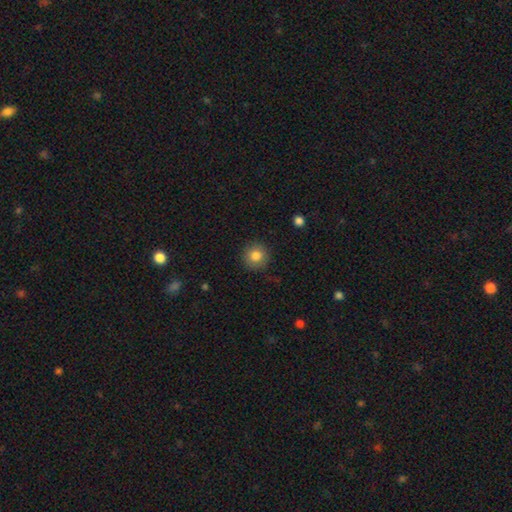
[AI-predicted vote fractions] Smooth or featured?
  - smooth: 83% *
  - star or artifact: 10%
  - featured or disk: 7%
How rounded?
  - round: 93% *
  - in between: 6%
  - cigar-shaped: 1%
Merging?
  - none: 89% *
  - minor disturbance: 8%
  - major disturbance: 2%
  - merger: 1%